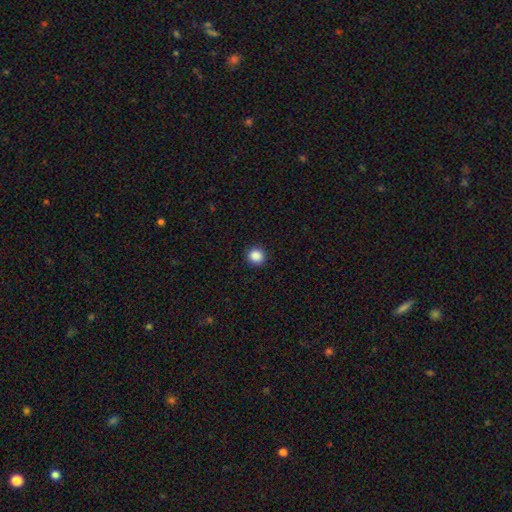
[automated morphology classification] Smooth or featured?
  - smooth: 88% *
  - star or artifact: 9%
  - featured or disk: 2%
How rounded?
  - round: 92% *
  - in between: 7%
  - cigar-shaped: 1%
Merging?
  - none: 92% *
  - minor disturbance: 5%
  - major disturbance: 2%
  - merger: 1%